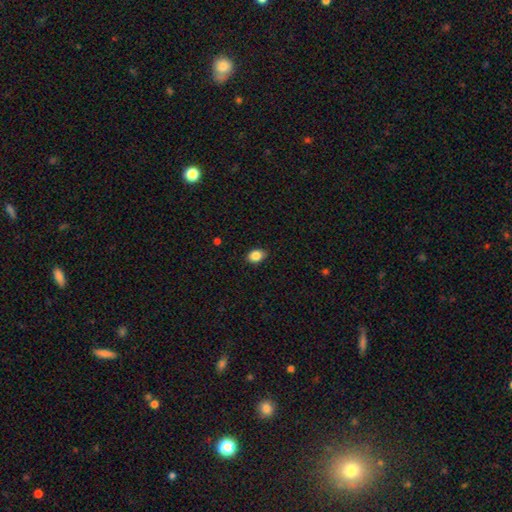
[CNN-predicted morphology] smooth 86%, star or artifact 9%, featured or disk 5%. Down the decision tree: how rounded — in between (74%); merging — none (87%).